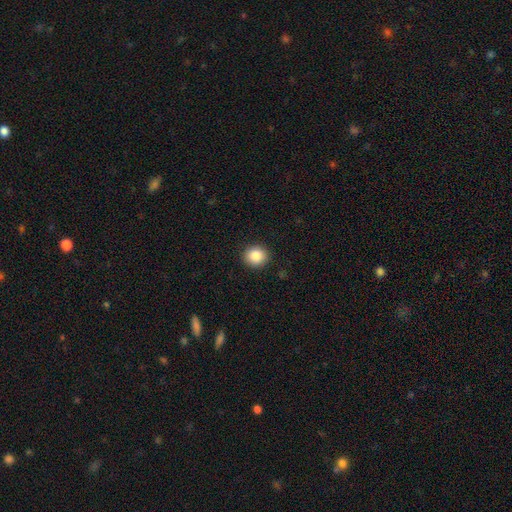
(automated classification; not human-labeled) Smooth or featured: smooth — 86% (star or artifact — 9%)
How rounded: round — 86% (in between — 13%)
Merging: none — 92% (minor disturbance — 5%)